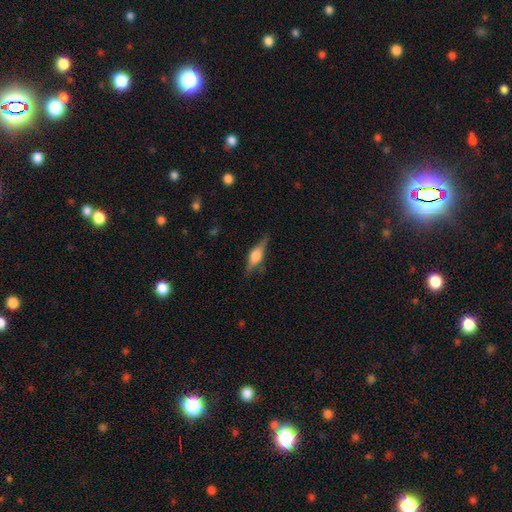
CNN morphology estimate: A featured or disk galaxy (67%) viewed edge-on (96%) with a rounded central bulge (86%).

Vote fractions:
- Smooth or featured? featured or disk: 67% / smooth: 26% / star or artifact: 7%
- Edge-on disk? yes: 96% / no: 4%
- Edge-on bulge? rounded: 86% / boxy: 12% / none: 2%
- Merging? none: 81% / minor disturbance: 14% / major disturbance: 4% / merger: 1%